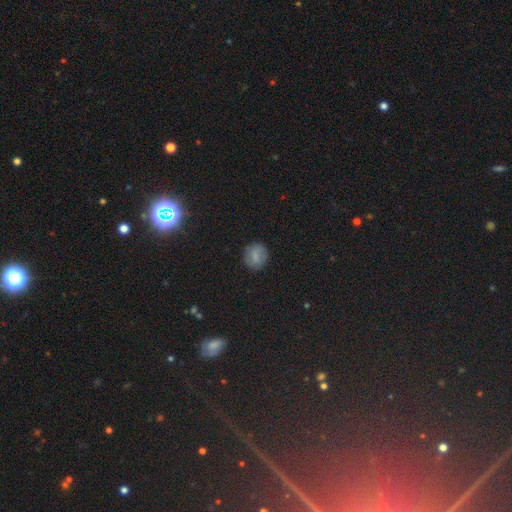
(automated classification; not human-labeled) smooth 79%, star or artifact 12%, featured or disk 9%. Down the decision tree: how rounded — round (84%); merging — none (85%).